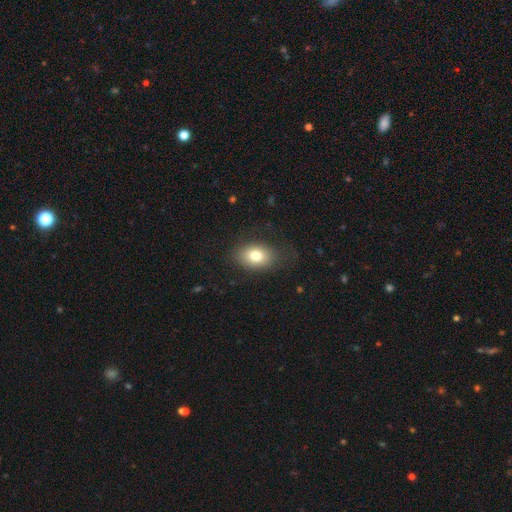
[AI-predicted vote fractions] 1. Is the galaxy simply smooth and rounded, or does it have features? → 79% smooth, 11% featured or disk, 10% star or artifact.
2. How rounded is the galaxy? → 78% in between, 21% round, 1% cigar-shaped.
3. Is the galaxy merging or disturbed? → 78% none, 15% minor disturbance, 6% major disturbance, 1% merger.